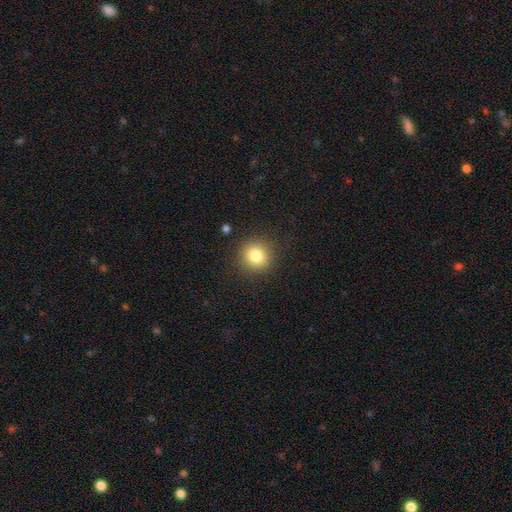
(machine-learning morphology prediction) This is clearly a smooth galaxy (81%). How rounded: clearly round (90%). Merging: clearly none (89%).